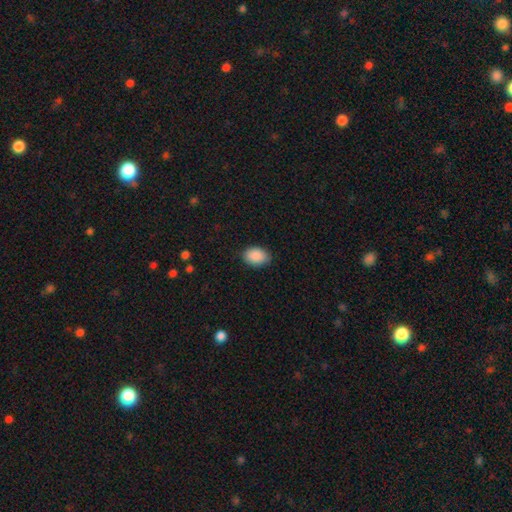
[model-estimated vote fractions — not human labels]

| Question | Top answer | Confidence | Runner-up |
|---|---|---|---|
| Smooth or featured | smooth | 90% | star or artifact (7%) |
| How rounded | in between | 81% | round (17%) |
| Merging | none | 84% | minor disturbance (12%) |